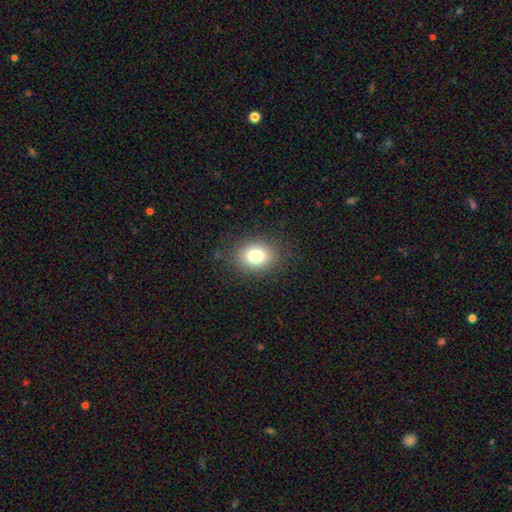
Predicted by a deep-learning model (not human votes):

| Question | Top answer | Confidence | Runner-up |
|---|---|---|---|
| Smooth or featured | smooth | 78% | star or artifact (12%) |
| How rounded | in between | 55% | round (44%) |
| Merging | none | 85% | minor disturbance (10%) |